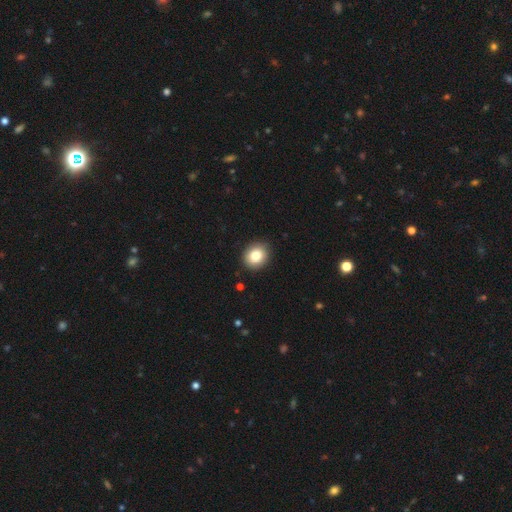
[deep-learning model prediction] smooth-or-featured: smooth: 82% | star or artifact: 9% | featured or disk: 9%
  how-rounded: round: 73% | in between: 26% | cigar-shaped: 1%
  merging: none: 90% | minor disturbance: 7% | major disturbance: 2% | merger: 1%